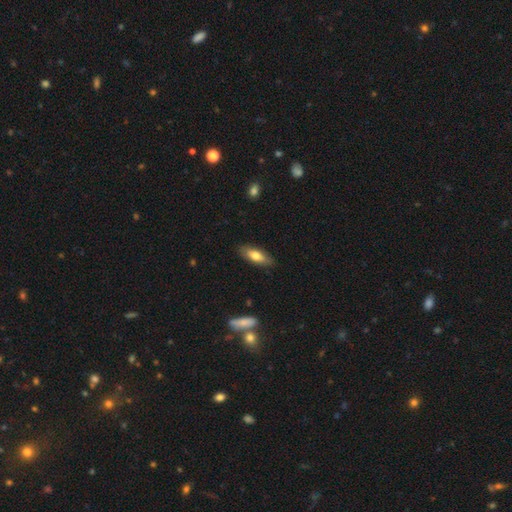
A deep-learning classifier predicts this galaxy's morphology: A smooth galaxy with no disk features (70%) that is in between round and cigar-shaped (64%). Merging: none (86%).